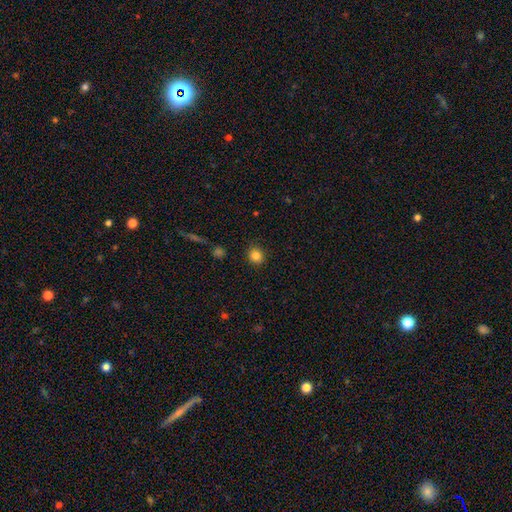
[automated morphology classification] Smooth or featured?
  - smooth: 83% *
  - star or artifact: 12%
  - featured or disk: 6%
How rounded?
  - round: 87% *
  - in between: 12%
  - cigar-shaped: 1%
Merging?
  - none: 89% *
  - minor disturbance: 7%
  - major disturbance: 2%
  - merger: 1%